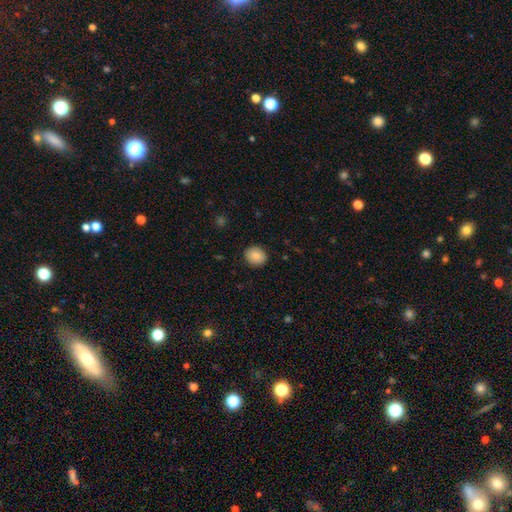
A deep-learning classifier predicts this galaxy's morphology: smooth_or_featured: smooth (p=0.88) [alt: star or artifact p=0.08]
how_rounded: round (p=0.73) [alt: in between p=0.26]
merging: none (p=0.90) [alt: minor disturbance p=0.07]